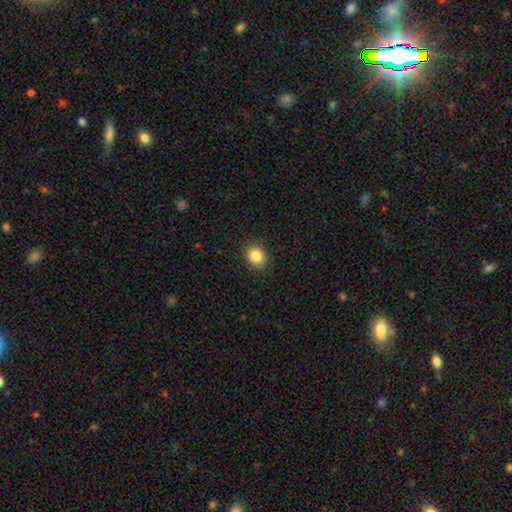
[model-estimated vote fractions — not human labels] smooth-or-featured: smooth: 85% | star or artifact: 10% | featured or disk: 5%
  how-rounded: round: 60% | in between: 39% | cigar-shaped: 1%
  merging: none: 89% | minor disturbance: 8% | major disturbance: 2% | merger: 1%